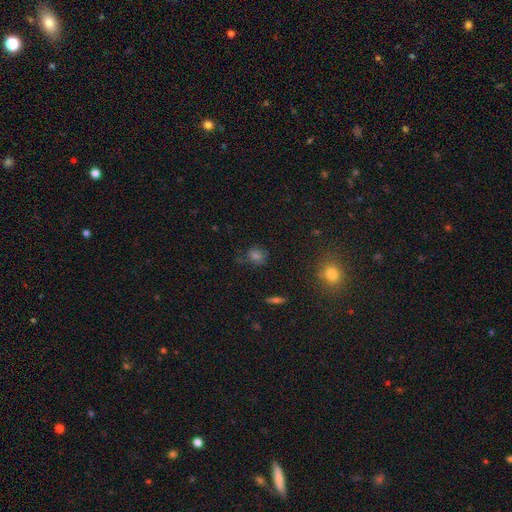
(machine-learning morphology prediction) Smooth or featured: smooth — 63% (star or artifact — 27%)
How rounded: round — 76% (in between — 22%)
Merging: none — 72% (minor disturbance — 18%)